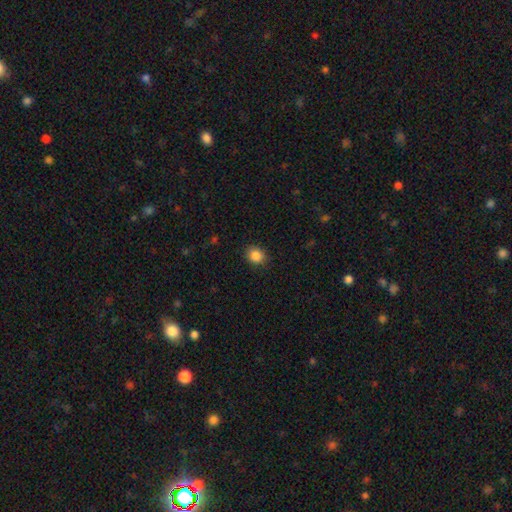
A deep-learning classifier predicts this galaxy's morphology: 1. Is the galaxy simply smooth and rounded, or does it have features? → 87% smooth, 10% star or artifact, 4% featured or disk.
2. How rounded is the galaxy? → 69% round, 31% in between, 1% cigar-shaped.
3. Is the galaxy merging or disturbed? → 88% none, 9% minor disturbance, 2% major disturbance, 1% merger.